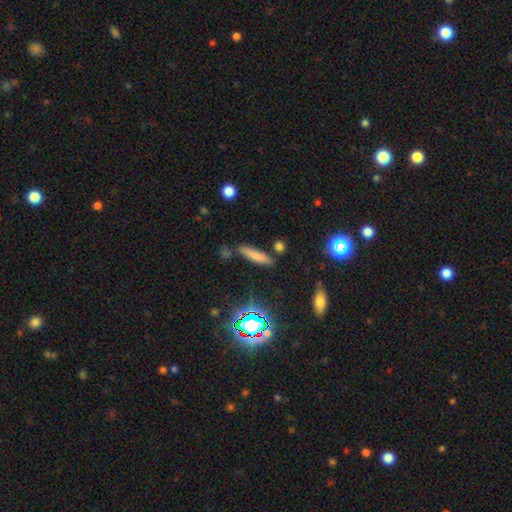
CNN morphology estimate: smooth_or_featured: smooth (p=0.72) [alt: featured or disk p=0.15]
how_rounded: cigar-shaped (p=0.81) [alt: in between p=0.16]
merging: none (p=0.77) [alt: minor disturbance p=0.13]